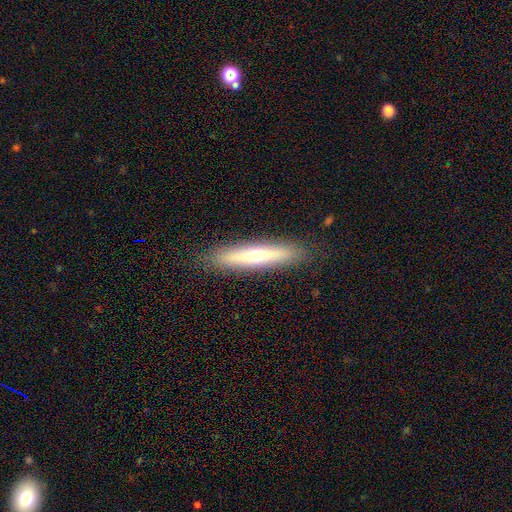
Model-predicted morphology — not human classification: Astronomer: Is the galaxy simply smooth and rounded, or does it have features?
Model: smooth — 52% (runner-up: featured or disk, 42%).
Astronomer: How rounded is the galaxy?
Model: cigar-shaped — 90%.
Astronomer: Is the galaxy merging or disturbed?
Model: none — 89%.